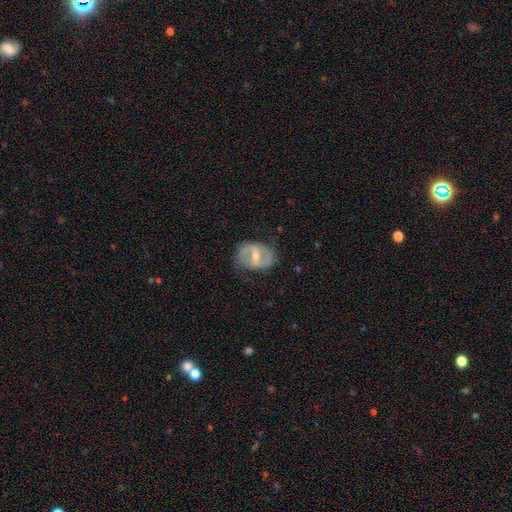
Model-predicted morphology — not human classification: Q: Smooth or featured?
A: featured or disk (71%); runner-up: smooth (23%)
Q: Edge-on disk?
A: no (95%); runner-up: yes (5%)
Q: Bar?
A: strong (48%); runner-up: weak (39%)
Q: Spiral arms?
A: yes (60%); runner-up: no (40%)
Q: Bulge size?
A: moderate (61%); runner-up: small (34%)
Q: Merging?
A: none (69%); runner-up: minor disturbance (21%)